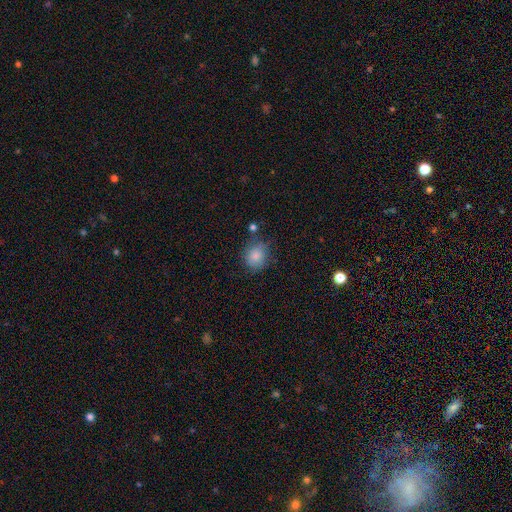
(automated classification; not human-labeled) smooth 84%, star or artifact 10%, featured or disk 7%. Down the decision tree: how rounded — round (69%); merging — none (69%).